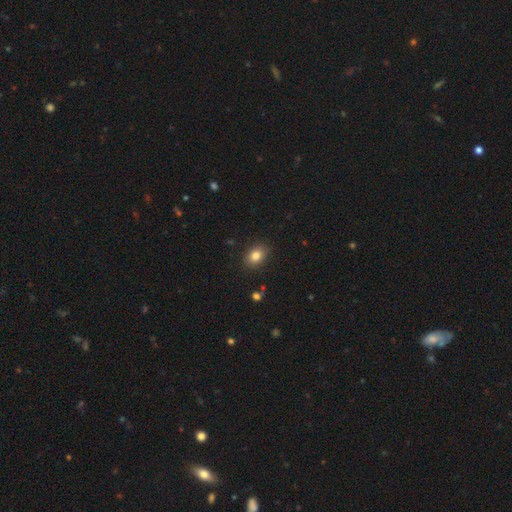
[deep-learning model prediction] smooth 83%, star or artifact 10%, featured or disk 7%. Down the decision tree: how rounded — in between (69%); merging — none (86%).